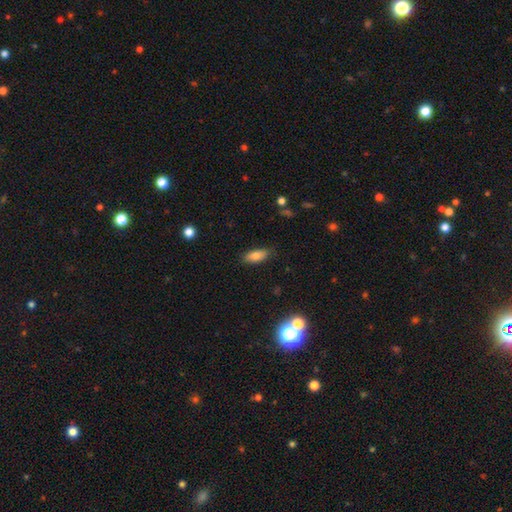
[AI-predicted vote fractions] The model was most divided on "smooth or featured": smooth: 78%, featured or disk: 13%, star or artifact: 9%. More confident: merging — none (83%); how rounded — in between (81%).